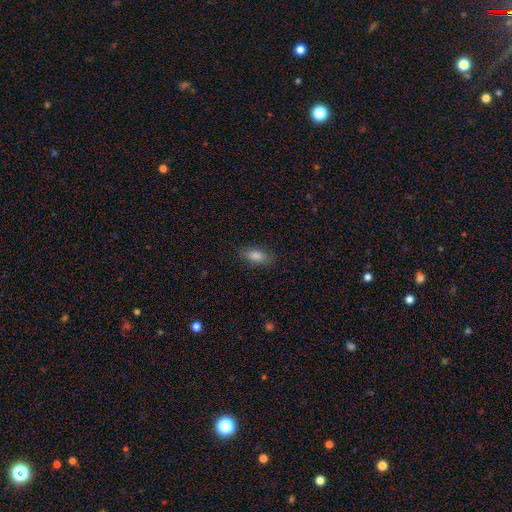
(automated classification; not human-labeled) Q: Smooth or featured?
A: smooth (84%); runner-up: star or artifact (9%)
Q: How rounded?
A: in between (86%); runner-up: cigar-shaped (8%)
Q: Merging?
A: none (86%); runner-up: minor disturbance (10%)